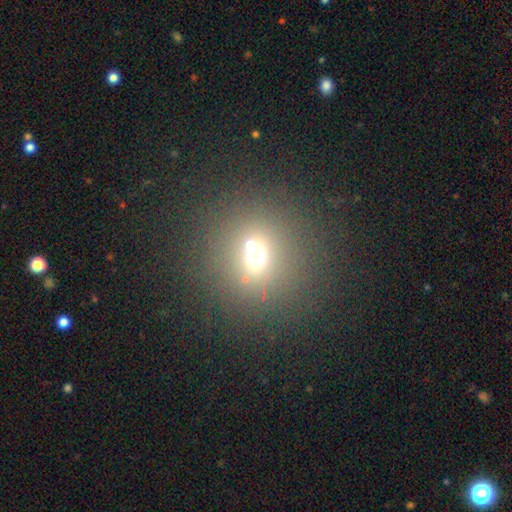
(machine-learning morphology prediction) Smooth or featured: smooth — 61% (star or artifact — 27%)
How rounded: round — 84% (in between — 15%)
Merging: none — 71% (merger — 15%)